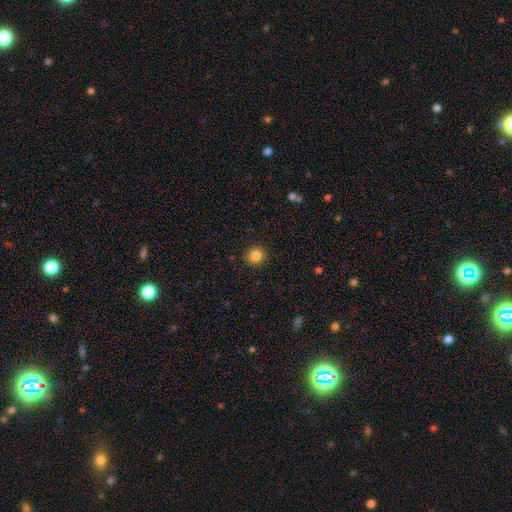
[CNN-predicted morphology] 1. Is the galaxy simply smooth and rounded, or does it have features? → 84% smooth, 11% star or artifact, 5% featured or disk.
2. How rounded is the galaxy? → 93% round, 6% in between, 1% cigar-shaped.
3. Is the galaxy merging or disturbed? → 91% none, 6% minor disturbance, 2% major disturbance, 1% merger.